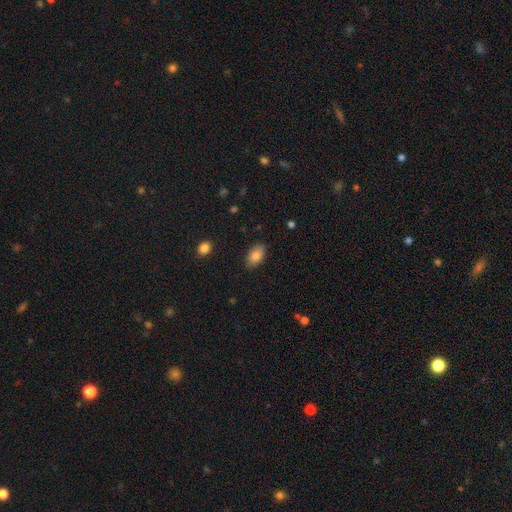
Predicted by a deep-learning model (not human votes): smooth_or_featured: smooth (p=0.83) [alt: featured or disk p=0.09]
how_rounded: in between (p=0.92) [alt: round p=0.06]
merging: none (p=0.85) [alt: minor disturbance p=0.11]